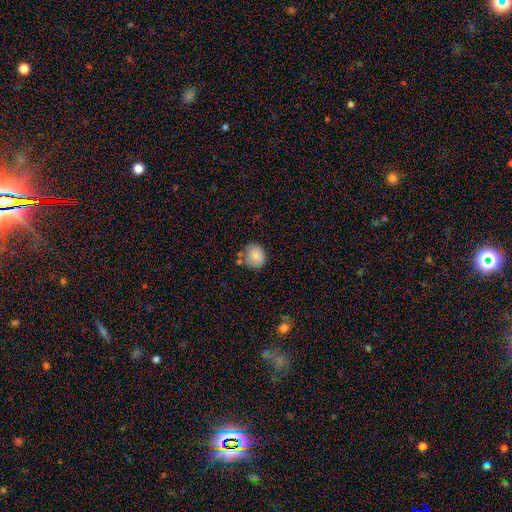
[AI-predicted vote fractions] Smooth or featured?
  - smooth: 83% *
  - featured or disk: 9%
  - star or artifact: 8%
How rounded?
  - round: 70% *
  - in between: 29%
  - cigar-shaped: 1%
Merging?
  - none: 63% *
  - minor disturbance: 22%
  - merger: 10%
  - major disturbance: 5%